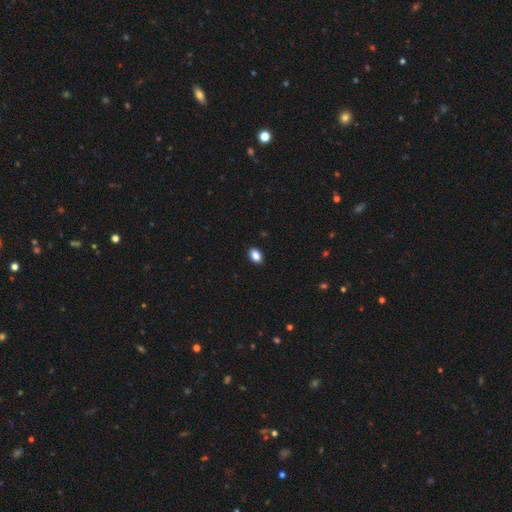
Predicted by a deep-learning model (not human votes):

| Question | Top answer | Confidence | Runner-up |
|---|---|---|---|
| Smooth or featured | smooth | 87% | star or artifact (9%) |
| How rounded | in between | 88% | round (10%) |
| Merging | none | 90% | minor disturbance (7%) |